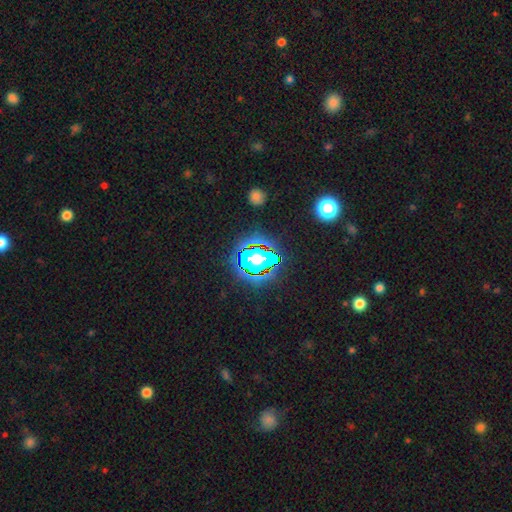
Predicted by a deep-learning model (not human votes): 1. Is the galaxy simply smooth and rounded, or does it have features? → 77% star or artifact, 14% smooth, 8% featured or disk.